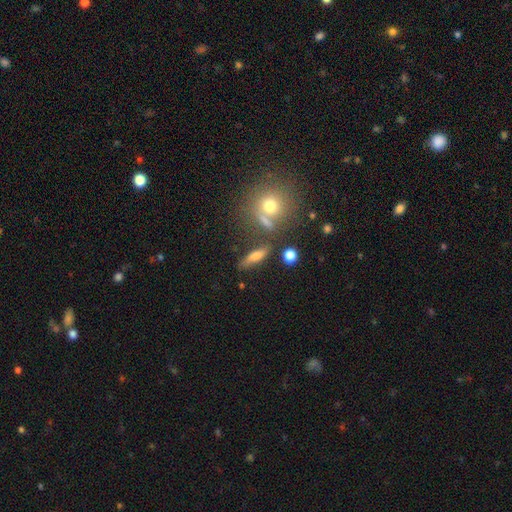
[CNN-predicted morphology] Overall: smooth (60%; featured or disk 26%). How rounded: cigar-shaped (56%; in between 33%). Merging: none (72%).